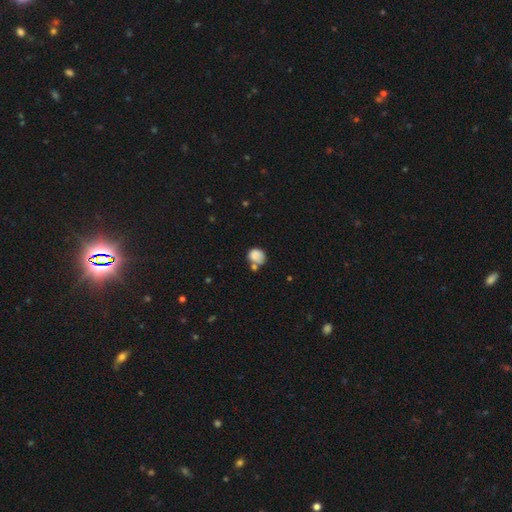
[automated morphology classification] Overall: smooth (81%). How rounded: round (66%; in between 33%). Merging: none (42%; merger 29%).